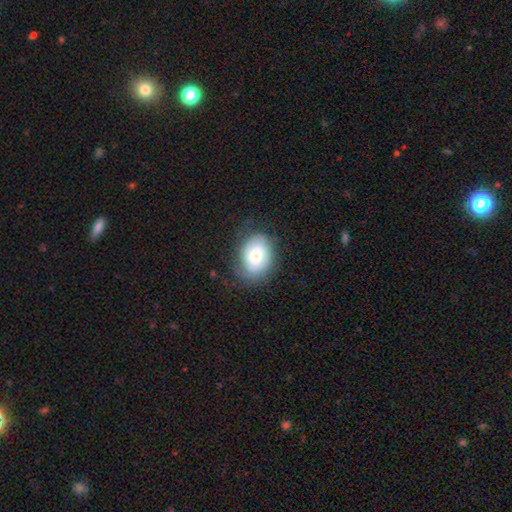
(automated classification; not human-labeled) Smooth or featured?
  - smooth: 48% *
  - featured or disk: 43%
  - star or artifact: 8%
Merging?
  - none: 69% *
  - minor disturbance: 21%
  - major disturbance: 9%
  - merger: 1%